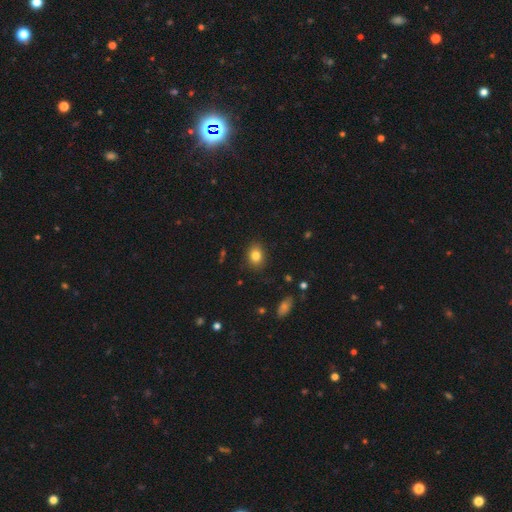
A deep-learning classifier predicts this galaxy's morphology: The model was most divided on "how rounded": in between: 55%, round: 44%, cigar-shaped: 1%. More confident: merging — none (87%); smooth or featured — smooth (82%).